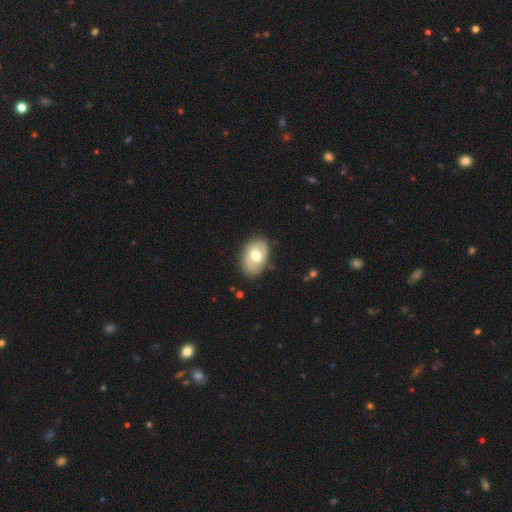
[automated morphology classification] Smooth or featured: smooth — 55% (featured or disk — 38%)
How rounded: in between — 85% (round — 14%)
Merging: none — 80% (minor disturbance — 15%)